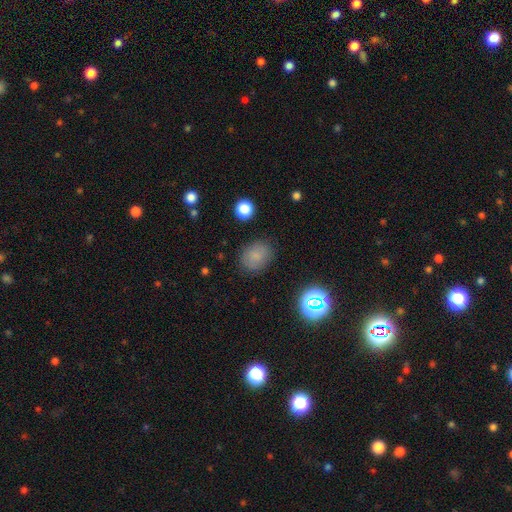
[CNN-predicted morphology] Q: Smooth or featured?
A: smooth (79%); runner-up: star or artifact (14%)
Q: How rounded?
A: in between (51%); runner-up: round (48%)
Q: Merging?
A: none (83%); runner-up: minor disturbance (12%)